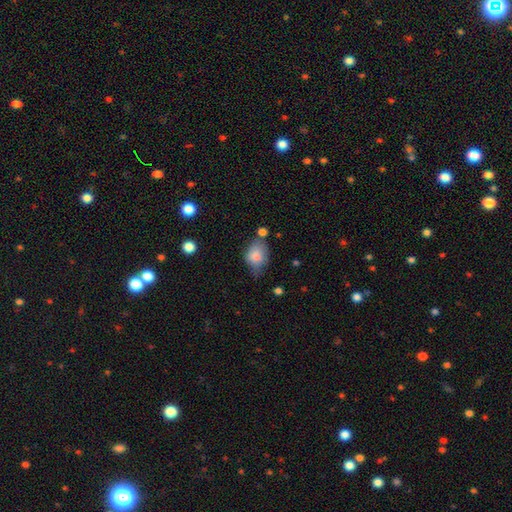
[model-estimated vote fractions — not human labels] Morphology: type=smooth (79%); roundness=in between (72%); merging=none (44%).